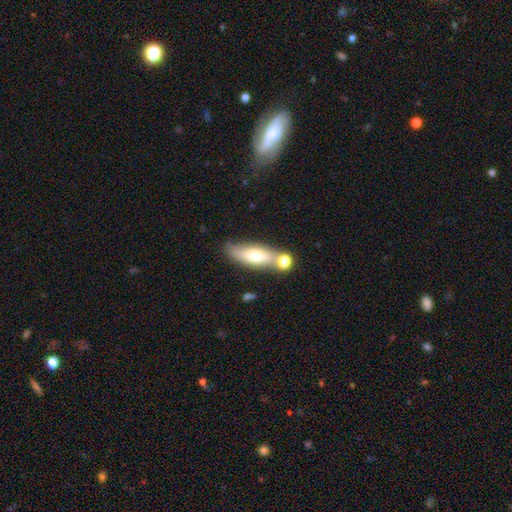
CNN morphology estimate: A smooth galaxy with no disk features (62%) that is in between round and cigar-shaped (54%). Merging: none (59%).